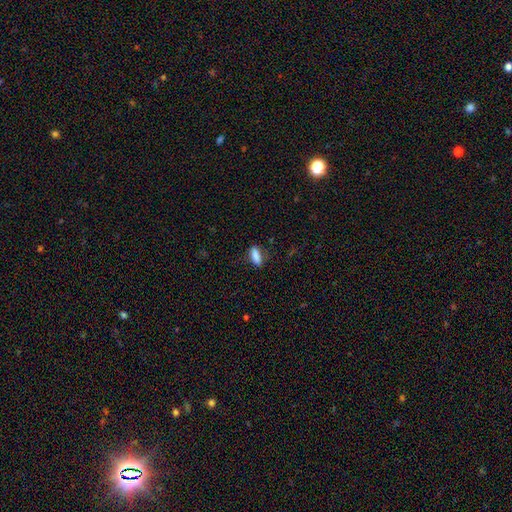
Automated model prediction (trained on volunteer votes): Smooth or featured: smooth — 85% (star or artifact — 8%)
How rounded: in between — 65% (cigar-shaped — 32%)
Merging: none — 79% (minor disturbance — 16%)